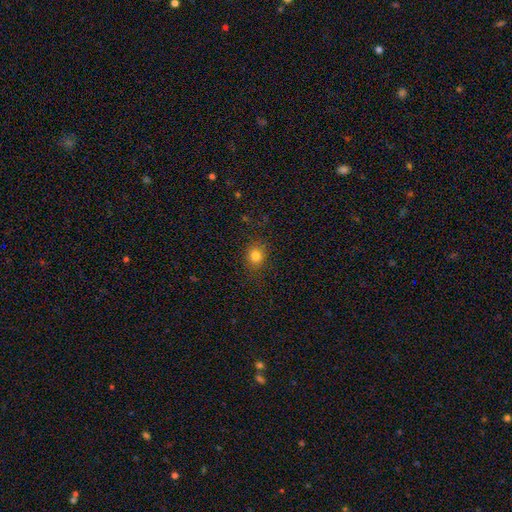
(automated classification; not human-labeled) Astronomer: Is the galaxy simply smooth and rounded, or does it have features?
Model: smooth — 80%.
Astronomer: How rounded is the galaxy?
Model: round — 73%.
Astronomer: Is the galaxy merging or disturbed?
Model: none — 86%.